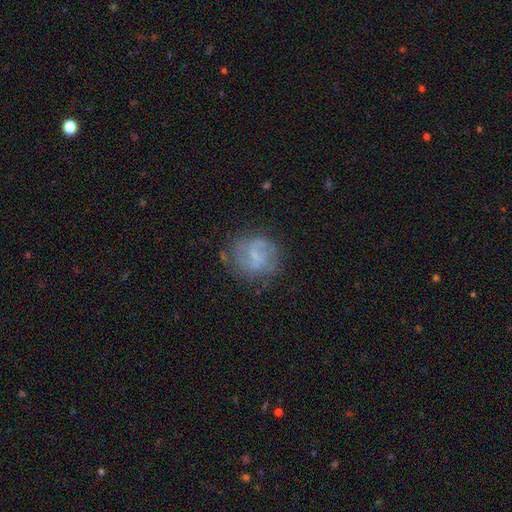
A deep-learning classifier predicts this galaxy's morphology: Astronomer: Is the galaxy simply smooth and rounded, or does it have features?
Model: featured or disk — 69%.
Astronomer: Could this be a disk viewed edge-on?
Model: no — 98%.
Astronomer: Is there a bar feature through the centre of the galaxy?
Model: weak — 56%.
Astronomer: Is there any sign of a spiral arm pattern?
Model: yes — 86%.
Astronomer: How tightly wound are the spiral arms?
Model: medium — 47% (runner-up: tight, 30%).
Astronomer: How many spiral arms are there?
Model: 2 — 66%.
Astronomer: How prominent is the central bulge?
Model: small — 52% (runner-up: none, 28%).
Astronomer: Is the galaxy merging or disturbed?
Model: none — 69%.